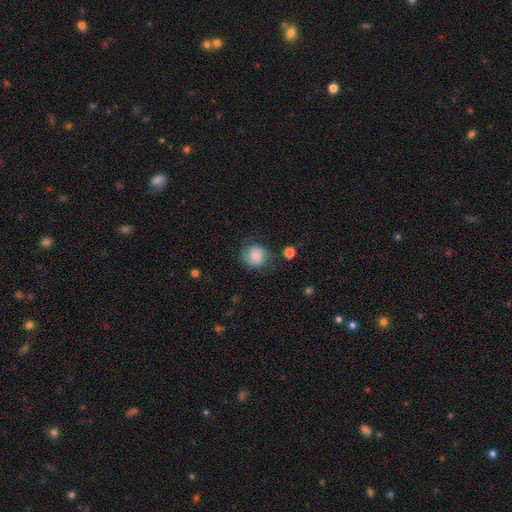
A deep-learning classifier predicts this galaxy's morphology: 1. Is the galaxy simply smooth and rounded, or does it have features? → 63% smooth, 28% featured or disk, 9% star or artifact.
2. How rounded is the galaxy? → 81% round, 18% in between, 1% cigar-shaped.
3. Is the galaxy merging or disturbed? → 65% none, 23% minor disturbance, 10% major disturbance, 2% merger.